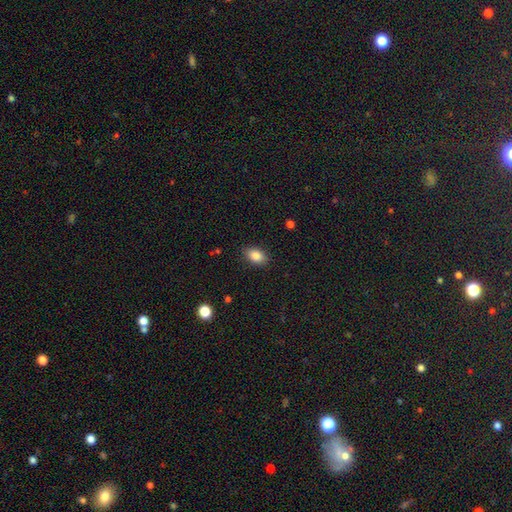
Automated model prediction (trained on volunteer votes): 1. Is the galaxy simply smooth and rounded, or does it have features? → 85% smooth, 9% star or artifact, 6% featured or disk.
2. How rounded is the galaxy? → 86% in between, 12% round, 2% cigar-shaped.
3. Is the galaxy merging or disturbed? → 87% none, 9% minor disturbance, 2% major disturbance, 1% merger.